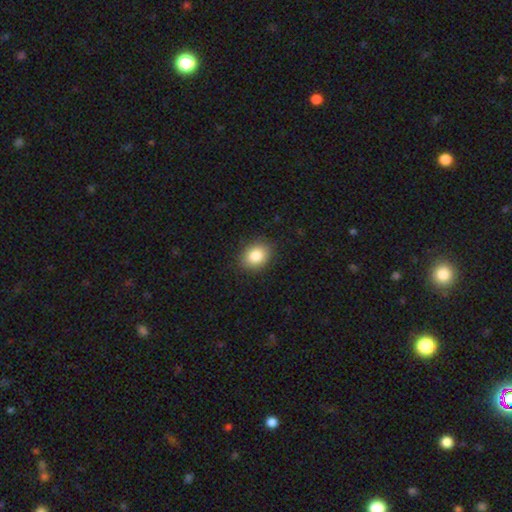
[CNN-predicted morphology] A smooth galaxy with no disk features (85%) that is in between round and cigar-shaped (60%).

Vote fractions:
- Smooth or featured? smooth: 85% / star or artifact: 9% / featured or disk: 6%
- How rounded? in between: 60% / round: 39% / cigar-shaped: 1%
- Merging? none: 87% / minor disturbance: 9% / major disturbance: 2% / merger: 1%